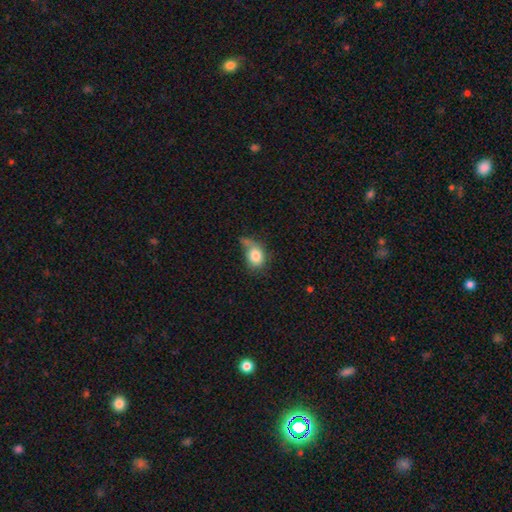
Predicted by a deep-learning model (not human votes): Smooth or featured? smooth (81%)
How rounded? round (50%)
Merging? none (41%)